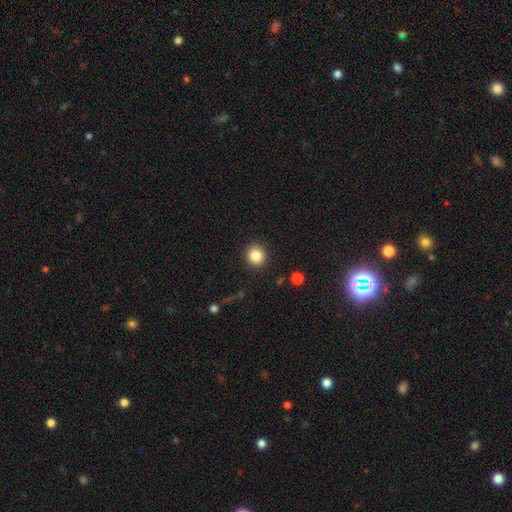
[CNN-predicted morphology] smooth_or_featured: smooth (p=0.84) [alt: star or artifact p=0.10]
how_rounded: round (p=0.90) [alt: in between p=0.09]
merging: none (p=0.91) [alt: minor disturbance p=0.06]